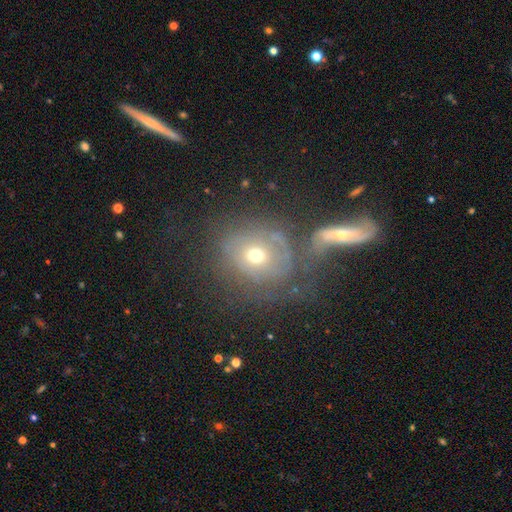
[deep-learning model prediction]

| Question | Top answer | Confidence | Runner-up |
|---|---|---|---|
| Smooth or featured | smooth | 46% | featured or disk (40%) |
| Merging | none | 38% | merger (25%) |